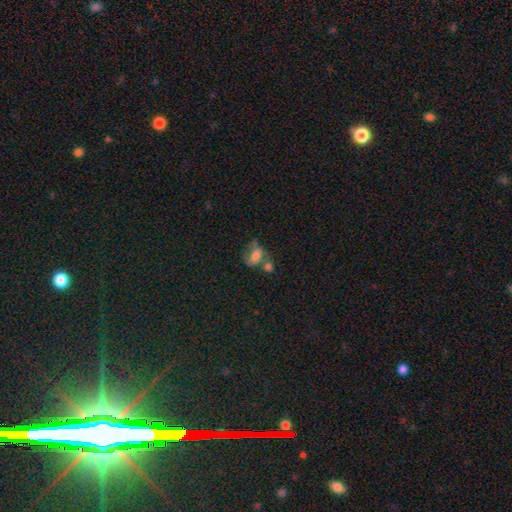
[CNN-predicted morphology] smooth 64%, featured or disk 25%, star or artifact 11%. Down the decision tree: how rounded — in between (73%); merging — merger (34%).